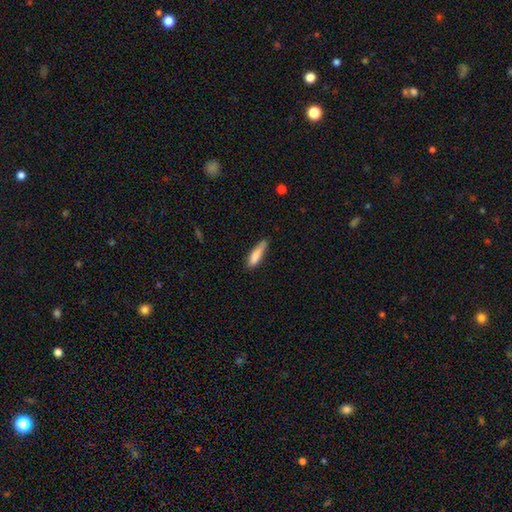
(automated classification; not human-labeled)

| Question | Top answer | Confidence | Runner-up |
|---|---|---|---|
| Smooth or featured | smooth | 82% | featured or disk (12%) |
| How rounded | cigar-shaped | 70% | in between (28%) |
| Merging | none | 60% | minor disturbance (31%) |